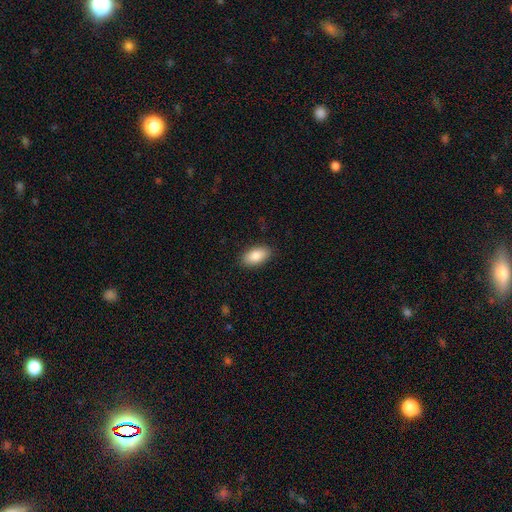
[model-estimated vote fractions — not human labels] This appears to be a smooth galaxy with no disk features (86%) that is in between round and cigar-shaped (93%). Merging: none (88%).